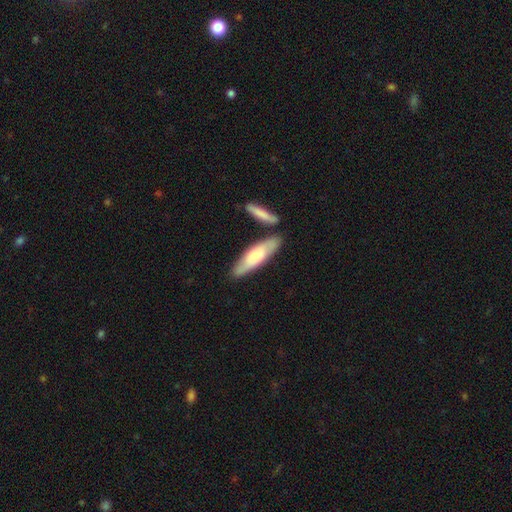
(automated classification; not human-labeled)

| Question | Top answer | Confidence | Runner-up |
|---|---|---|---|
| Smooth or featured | smooth | 60% | featured or disk (36%) |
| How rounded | cigar-shaped | 65% | in between (33%) |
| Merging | none | 71% | minor disturbance (14%) |